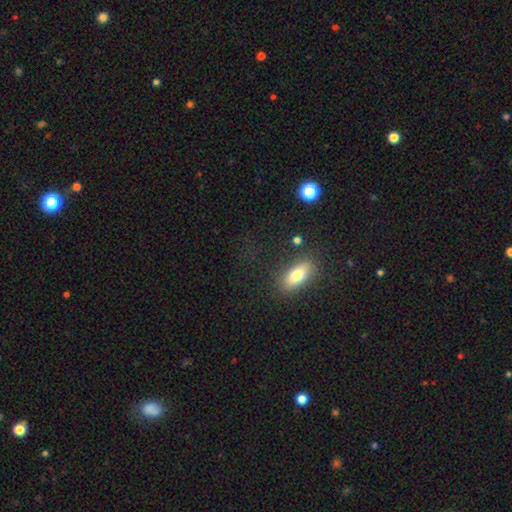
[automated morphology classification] Overall: smooth (66%). How rounded: in between (78%). Merging: none (78%).